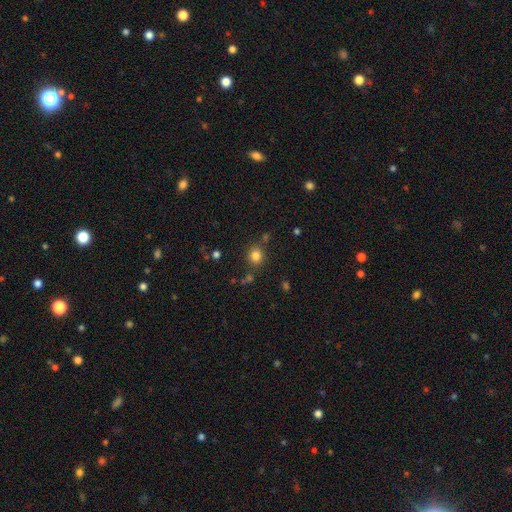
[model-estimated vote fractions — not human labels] Smooth or featured?
  - smooth: 81% *
  - star or artifact: 13%
  - featured or disk: 6%
How rounded?
  - round: 80% *
  - in between: 19%
  - cigar-shaped: 1%
Merging?
  - none: 82% *
  - minor disturbance: 9%
  - merger: 6%
  - major disturbance: 3%